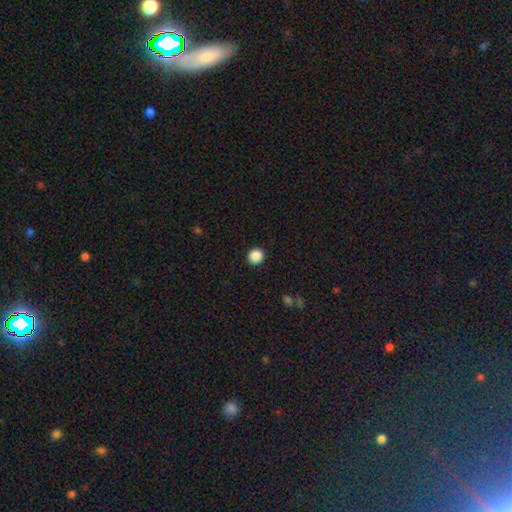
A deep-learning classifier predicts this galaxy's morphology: Smooth or featured? smooth (88%)
How rounded? round (93%)
Merging? none (93%)